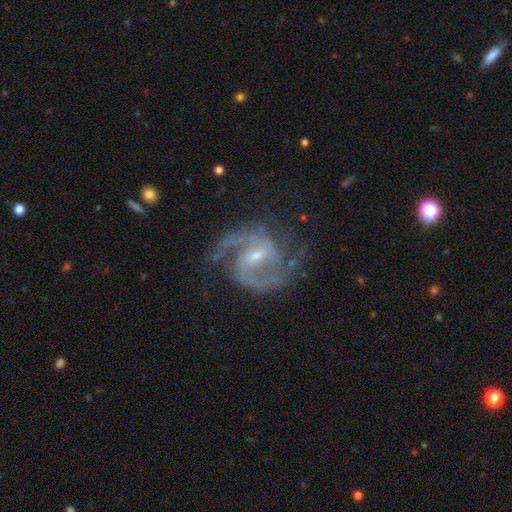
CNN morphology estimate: smooth-or-featured: featured or disk: 92% | star or artifact: 5% | smooth: 3%
  disk-edge-on: no: 98% | yes: 2%
    bar: weak: 55% | strong: 26% | no: 19%
    has-spiral-arms: yes: 98% | no: 2%
      spiral-winding: medium: 62% | tight: 24% | loose: 14%
      spiral-arm-count: 2: 82% | 3: 9% | can't tell: 4% | 1: 2% | 4: 2% | more than 4: 2%
    bulge-size: small: 58% | moderate: 37% | none: 3% | large: 2% | dominant: 1%
  merging: none: 73% | minor disturbance: 17% | major disturbance: 9% | merger: 2%